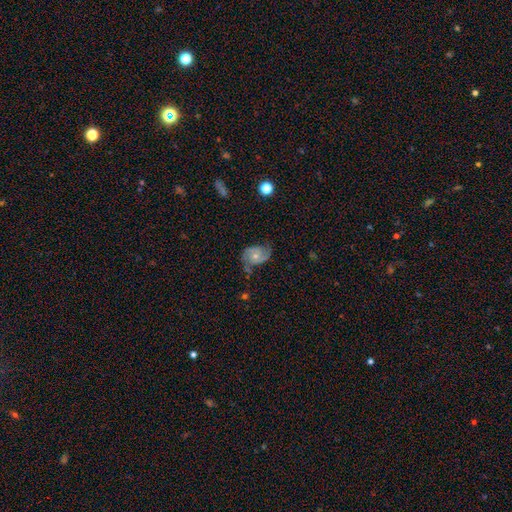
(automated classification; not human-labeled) featured or disk 76%, smooth 17%, star or artifact 7%. Down the decision tree: edge-on disk — no (97%); bar — no (72%); spiral arms — yes (93%); spiral arm count — 2 (83%); spiral winding — medium (46%); bulge size — moderate (48%); merging — none (61%).